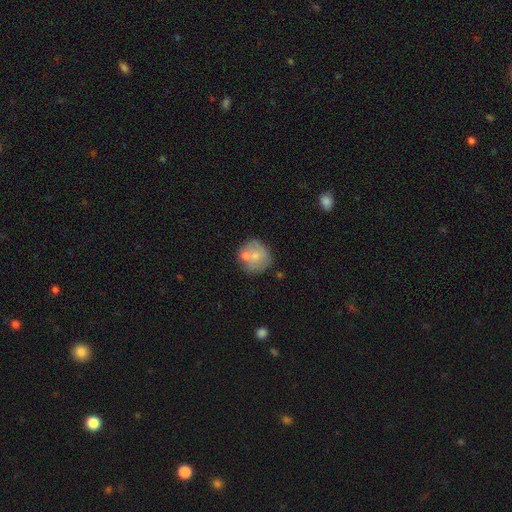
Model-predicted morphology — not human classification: Smooth or featured? smooth (64%)
How rounded? round (90%)
Merging? none (57%)